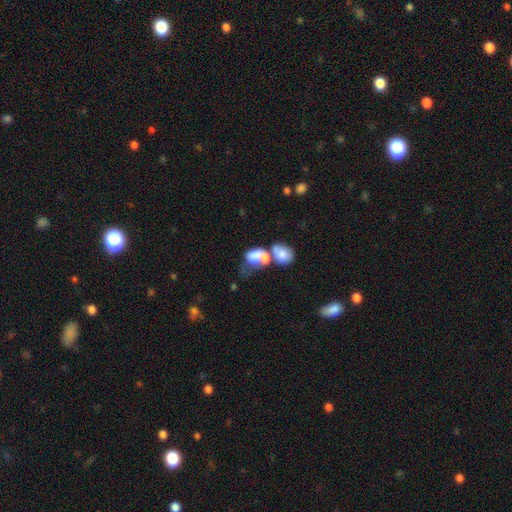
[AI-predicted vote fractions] A smooth galaxy with no disk features (66%) that is in between round and cigar-shaped (77%).

Vote fractions:
- Smooth or featured? smooth: 66% / featured or disk: 24% / star or artifact: 10%
- How rounded? in between: 77% / round: 22% / cigar-shaped: 2%
- Merging? merger: 65% / major disturbance: 15% / none: 12% / minor disturbance: 9%